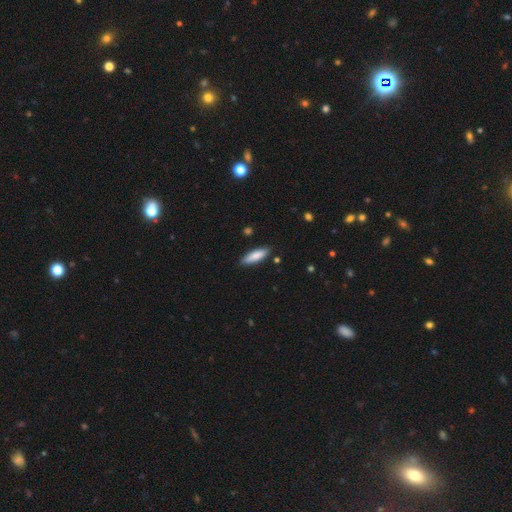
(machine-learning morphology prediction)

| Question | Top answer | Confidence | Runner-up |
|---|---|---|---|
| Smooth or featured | smooth | 82% | featured or disk (12%) |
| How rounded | cigar-shaped | 52% | in between (46%) |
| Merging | none | 86% | minor disturbance (11%) |